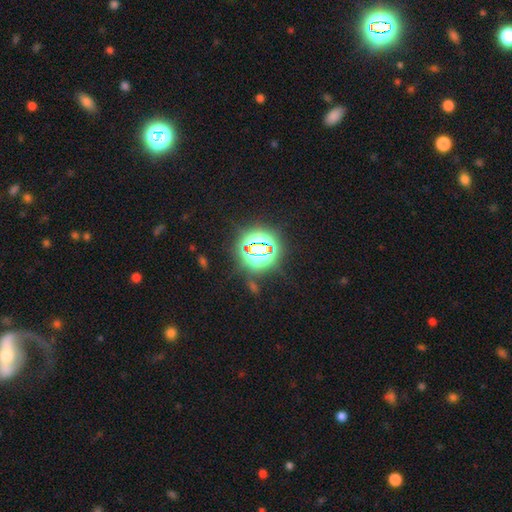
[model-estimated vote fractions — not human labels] A star or artifact, not a galaxy (76%).